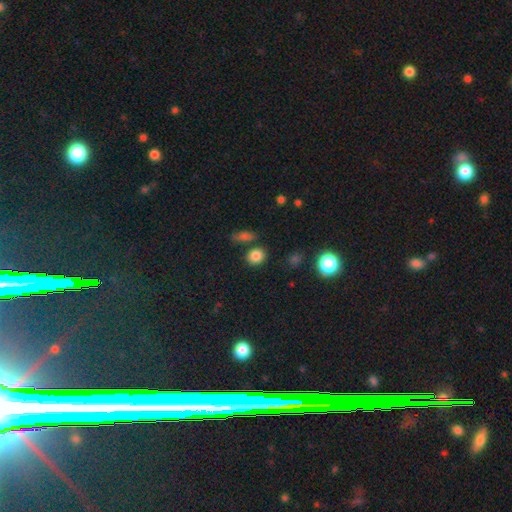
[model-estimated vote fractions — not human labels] Smooth or featured? smooth (82%)
How rounded? round (68%)
Merging? none (78%)